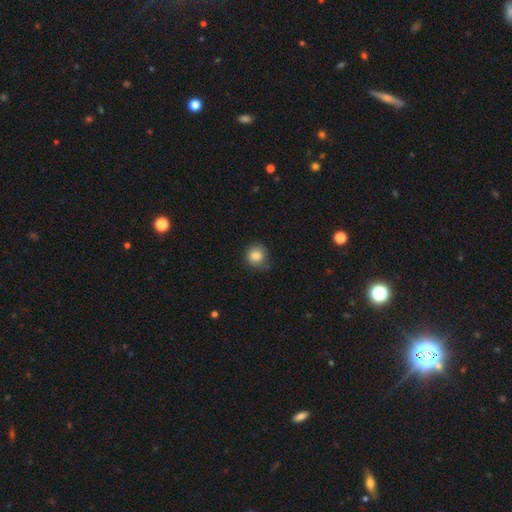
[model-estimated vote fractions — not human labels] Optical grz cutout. It shows a smooth galaxy with no disk features (84%) that is round (86%). Merging: none (67%).